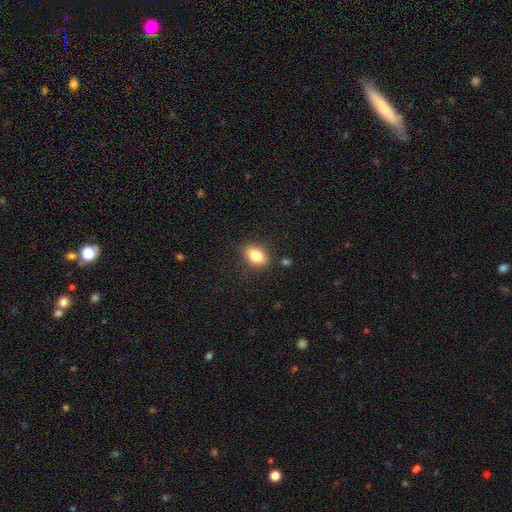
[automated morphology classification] A smooth galaxy with no disk features (82%) that is in between round and cigar-shaped (74%).

Vote fractions:
- Smooth or featured? smooth: 82% / star or artifact: 9% / featured or disk: 9%
- How rounded? in between: 74% / round: 25% / cigar-shaped: 2%
- Merging? none: 82% / minor disturbance: 12% / major disturbance: 3% / merger: 2%